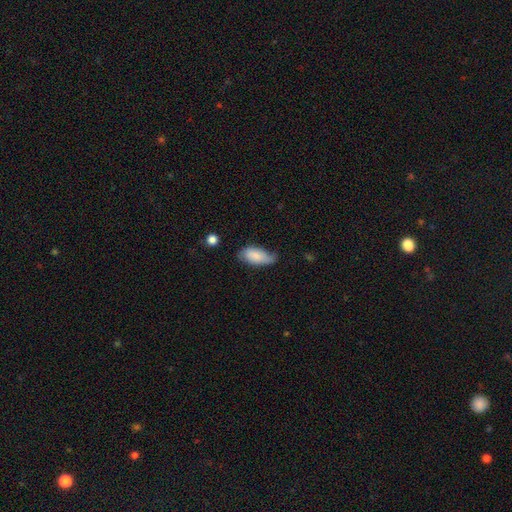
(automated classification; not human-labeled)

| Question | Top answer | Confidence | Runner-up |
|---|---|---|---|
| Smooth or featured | smooth | 79% | featured or disk (15%) |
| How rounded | in between | 91% | cigar-shaped (7%) |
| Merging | none | 49% | minor disturbance (39%) |